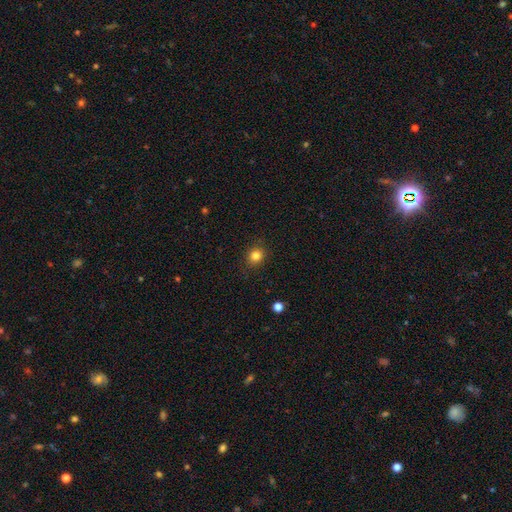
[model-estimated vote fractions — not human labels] smooth-or-featured: smooth: 83% | star or artifact: 12% | featured or disk: 5%
  how-rounded: round: 74% | in between: 25% | cigar-shaped: 1%
  merging: none: 89% | minor disturbance: 8% | major disturbance: 2% | merger: 1%